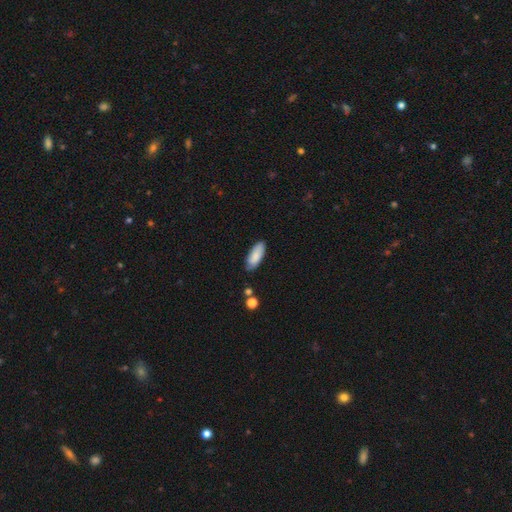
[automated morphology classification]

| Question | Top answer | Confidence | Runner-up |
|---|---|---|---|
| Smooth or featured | smooth | 84% | featured or disk (10%) |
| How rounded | in between | 80% | cigar-shaped (19%) |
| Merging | none | 77% | minor disturbance (17%) |